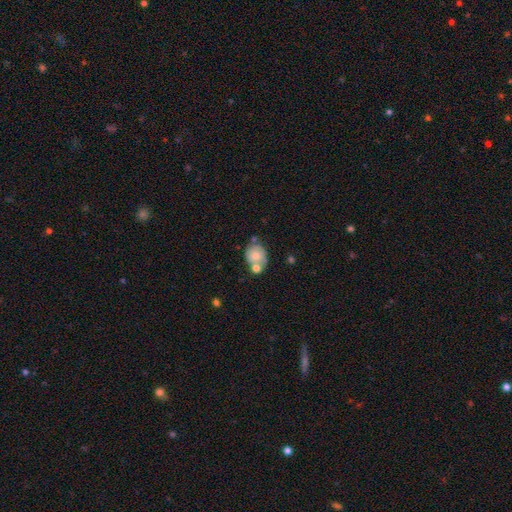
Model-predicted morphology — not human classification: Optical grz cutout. It shows a smooth galaxy with no disk features (65%) that is round (63%). Merging: none (45%).